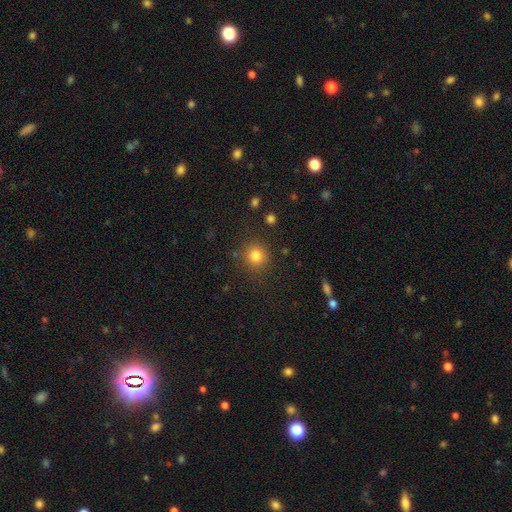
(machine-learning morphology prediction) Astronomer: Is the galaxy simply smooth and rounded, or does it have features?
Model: smooth — 82%.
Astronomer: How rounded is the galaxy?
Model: round — 92%.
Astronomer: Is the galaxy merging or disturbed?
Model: none — 86%.